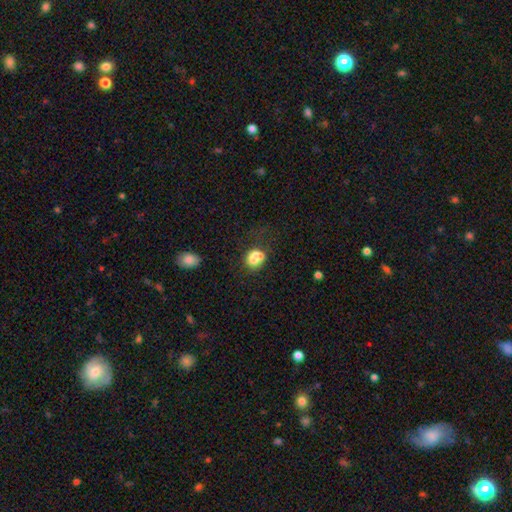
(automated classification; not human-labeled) Smooth or featured? Predicted: smooth (p=0.71). How rounded? Predicted: round (p=0.55). Merging? Predicted: merger (p=0.37).